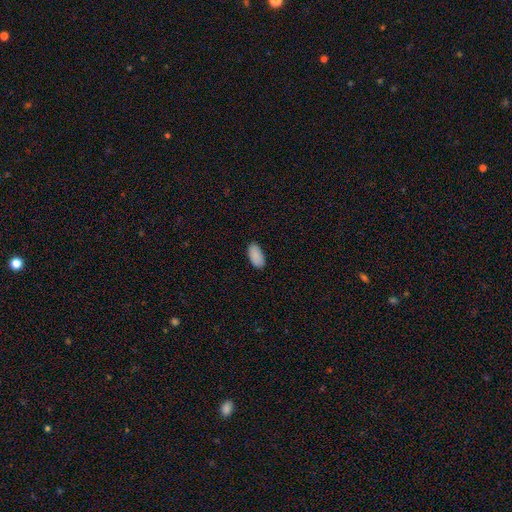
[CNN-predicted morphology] Q: Smooth or featured?
A: smooth (90%); runner-up: star or artifact (7%)
Q: How rounded?
A: in between (94%); runner-up: cigar-shaped (4%)
Q: Merging?
A: none (87%); runner-up: minor disturbance (10%)